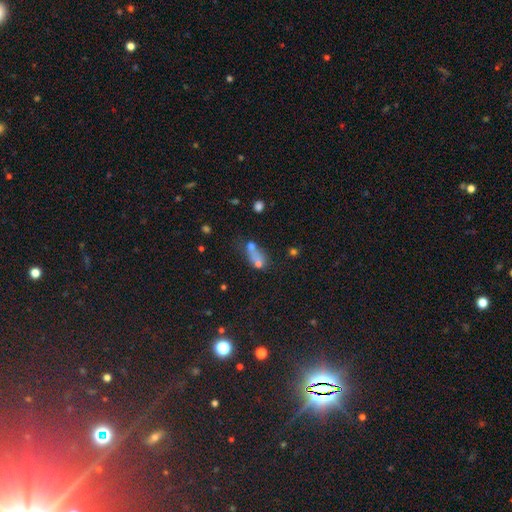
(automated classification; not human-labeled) smooth_or_featured: smooth (p=0.62) [alt: star or artifact p=0.19]
how_rounded: in between (p=0.65) [alt: round p=0.27]
merging: merger (p=0.43) [alt: none p=0.24]